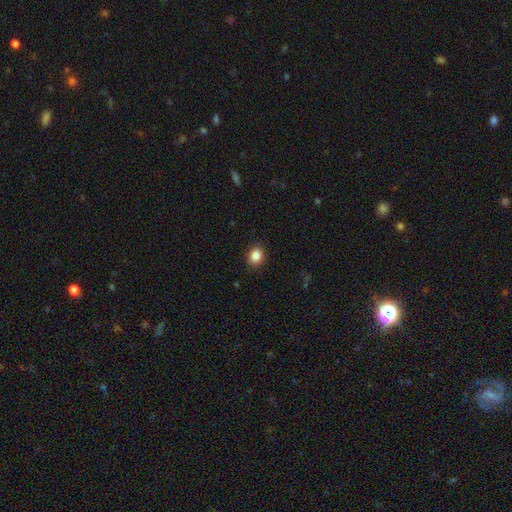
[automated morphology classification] This appears to be a smooth galaxy with no disk features (86%) that is round (57%). Merging: none (90%).